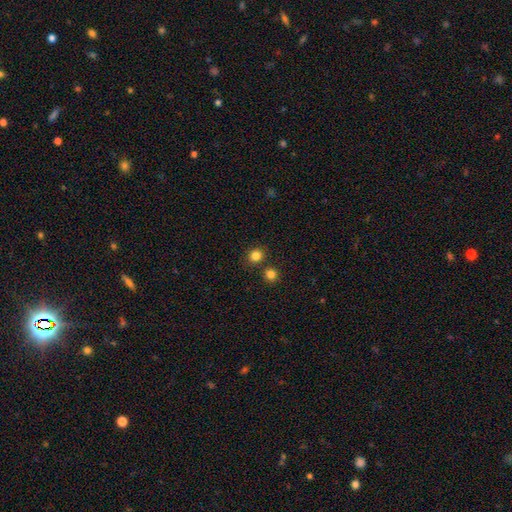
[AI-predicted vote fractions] Smooth or featured?
  - smooth: 83% *
  - star or artifact: 13%
  - featured or disk: 4%
How rounded?
  - round: 85% *
  - in between: 14%
  - cigar-shaped: 1%
Merging?
  - none: 80% *
  - merger: 11%
  - minor disturbance: 7%
  - major disturbance: 2%